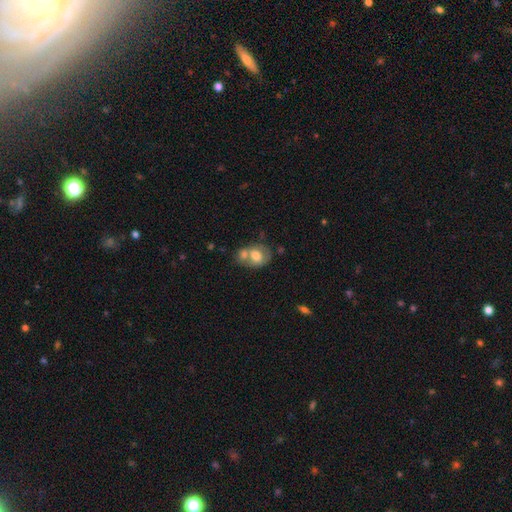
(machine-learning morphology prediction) This is likely a smooth galaxy (67%). How rounded: possibly in between (52%). Merging: possibly merger (51%).